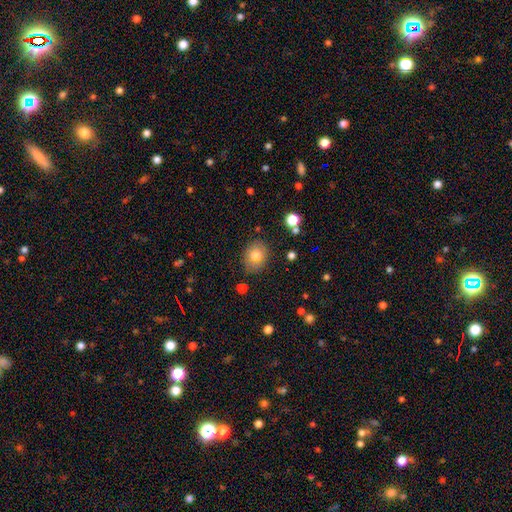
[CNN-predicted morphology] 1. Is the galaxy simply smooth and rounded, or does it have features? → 79% smooth, 12% featured or disk, 10% star or artifact.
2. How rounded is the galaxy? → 53% round, 46% in between, 1% cigar-shaped.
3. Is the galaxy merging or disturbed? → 81% none, 13% minor disturbance, 3% major disturbance, 3% merger.